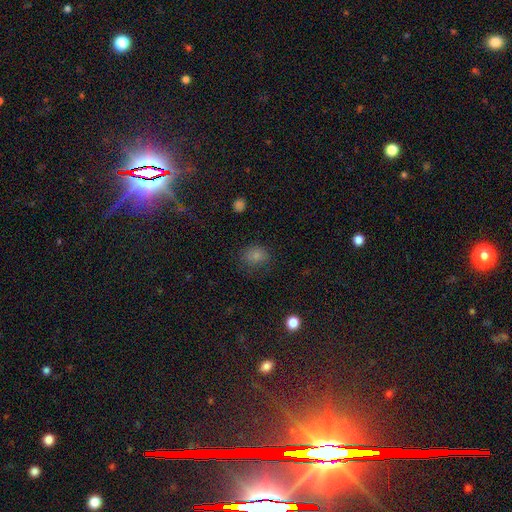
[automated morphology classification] A smooth galaxy with no disk features (80%) that is round (60%).

Vote fractions:
- Smooth or featured? smooth: 80% / star or artifact: 14% / featured or disk: 6%
- How rounded? round: 60% / in between: 39% / cigar-shaped: 1%
- Merging? none: 76% / minor disturbance: 17% / major disturbance: 6% / merger: 1%